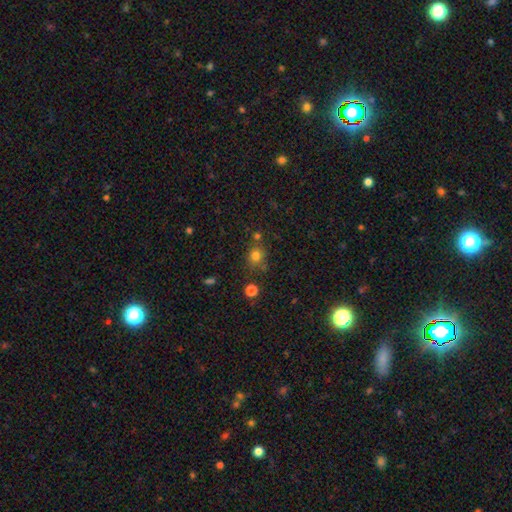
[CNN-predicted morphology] type=smooth (77%); roundness=round (82%); merging=none (73%).